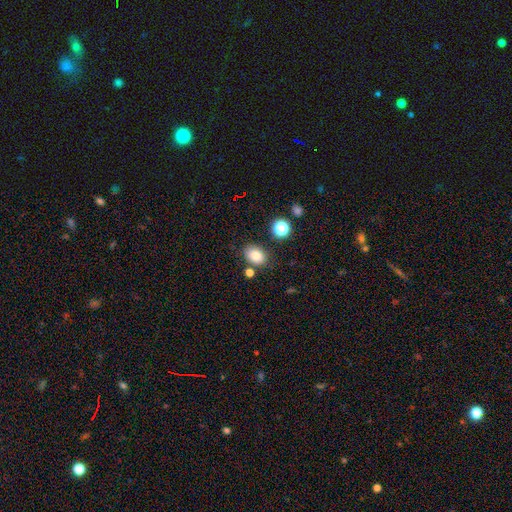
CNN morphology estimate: Smooth or featured? smooth (81%)
How rounded? in between (71%)
Merging? none (77%)